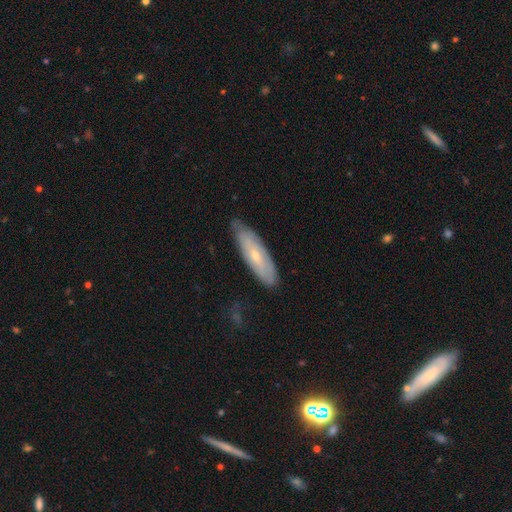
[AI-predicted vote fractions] Smooth or featured: smooth — 48% (featured or disk — 46%)
Merging: none — 75% (minor disturbance — 21%)